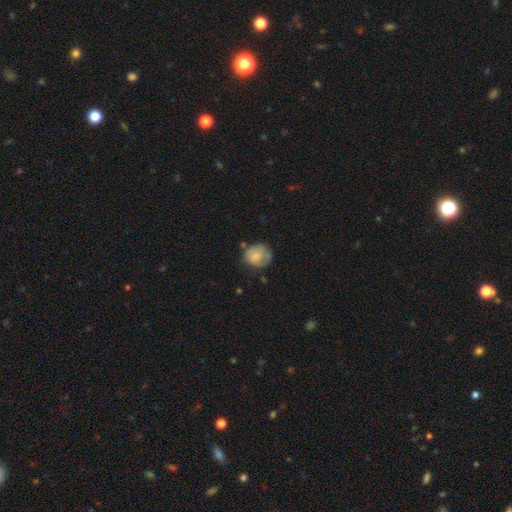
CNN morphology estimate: This appears to be a smooth galaxy with no disk features (70%) that is round (76%). Merging: none (56%).